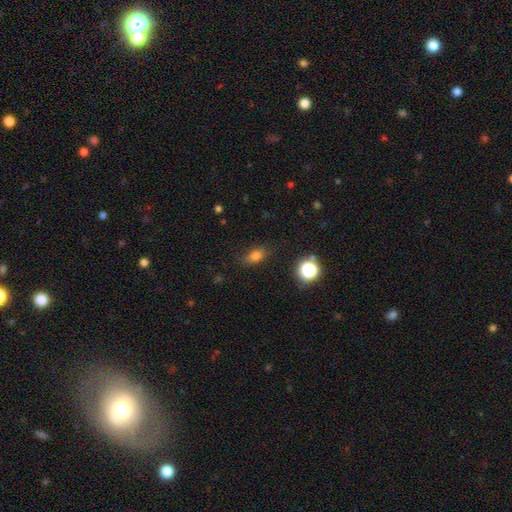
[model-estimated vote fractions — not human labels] Smooth or featured?
  - smooth: 77% *
  - star or artifact: 15%
  - featured or disk: 8%
How rounded?
  - in between: 76% *
  - round: 21%
  - cigar-shaped: 4%
Merging?
  - none: 78% *
  - minor disturbance: 16%
  - major disturbance: 5%
  - merger: 2%